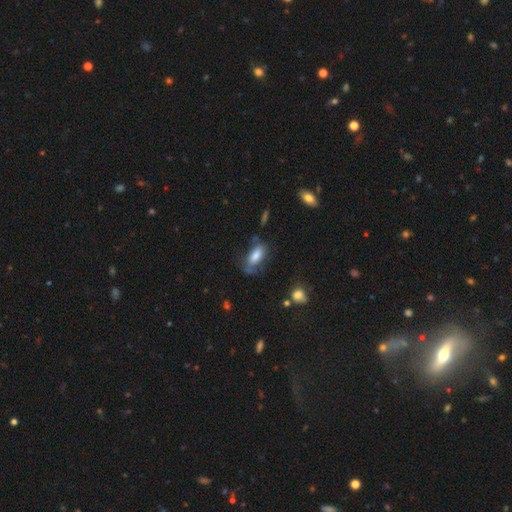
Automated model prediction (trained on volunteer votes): This is likely a smooth galaxy (73%). How rounded: clearly in between (82%). Merging: possibly none (54%).